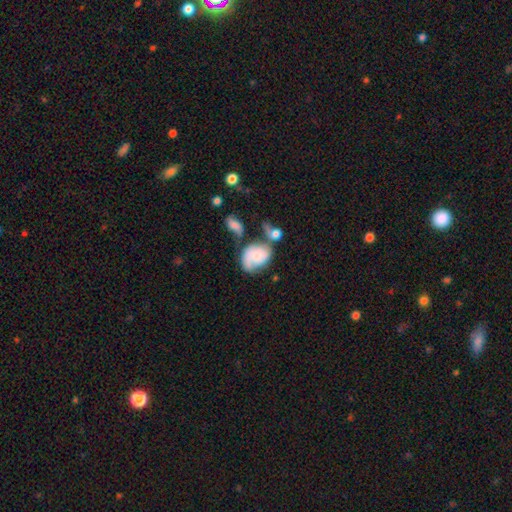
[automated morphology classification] smooth-or-featured: smooth: 48% | featured or disk: 44% | star or artifact: 8%
  merging: merger: 30% | none: 28% | minor disturbance: 22% | major disturbance: 20%